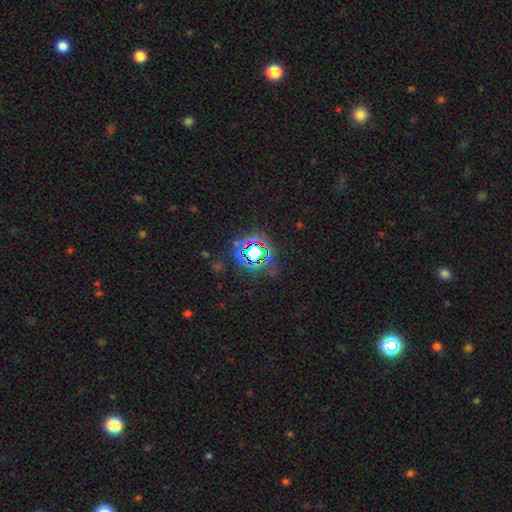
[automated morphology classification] type=star or artifact (79%).